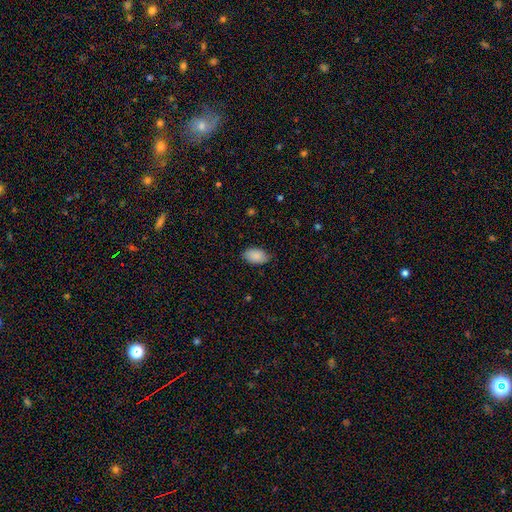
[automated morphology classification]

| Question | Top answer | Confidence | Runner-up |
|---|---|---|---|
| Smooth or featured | smooth | 89% | star or artifact (7%) |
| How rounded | in between | 92% | round (6%) |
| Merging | none | 78% | minor disturbance (18%) |